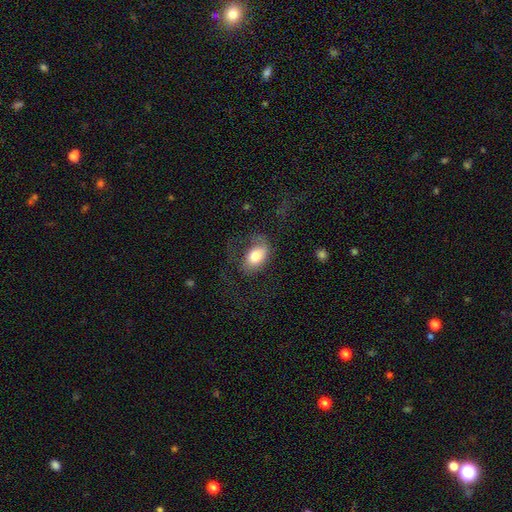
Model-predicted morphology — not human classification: smooth_or_featured: smooth (p=0.70) [alt: featured or disk p=0.22]
how_rounded: in between (p=0.88) [alt: round p=0.10]
merging: none (p=0.42) [alt: major disturbance p=0.33]